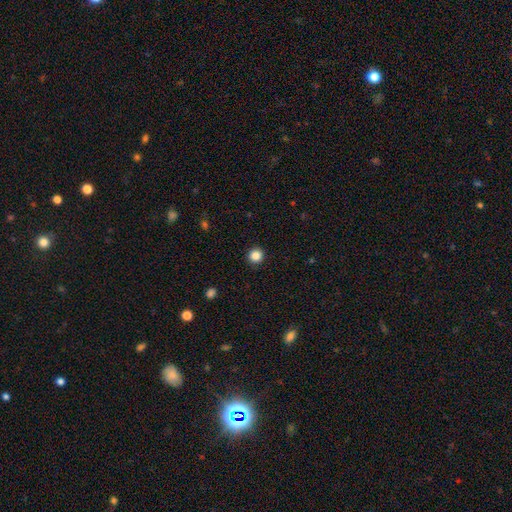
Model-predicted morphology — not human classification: This appears to be a smooth galaxy with no disk features (86%) that is round (95%). Merging: none (92%).